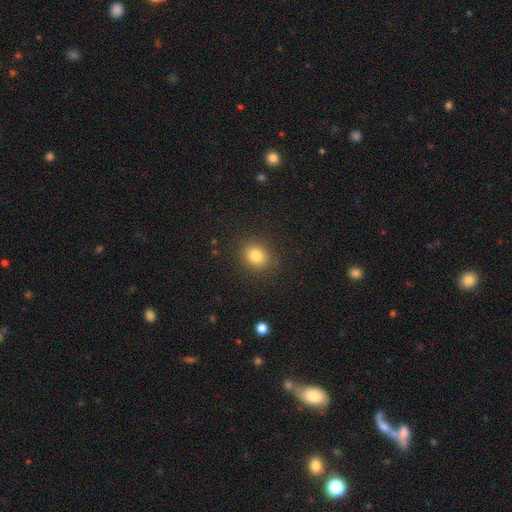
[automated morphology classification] Q: Smooth or featured?
A: smooth (82%); runner-up: star or artifact (11%)
Q: How rounded?
A: round (69%); runner-up: in between (30%)
Q: Merging?
A: none (87%); runner-up: minor disturbance (9%)